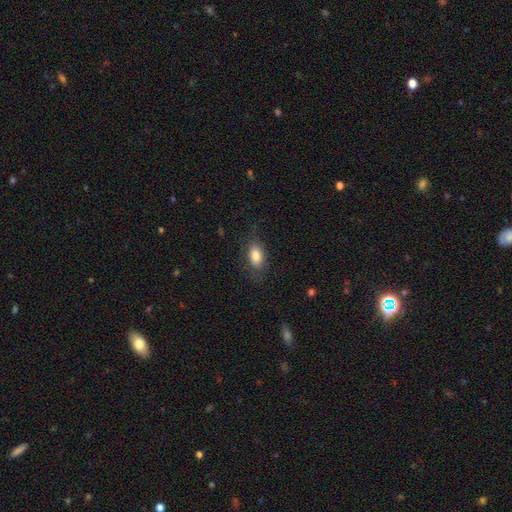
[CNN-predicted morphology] This appears to be a smooth galaxy with no disk features (81%) that is in between round and cigar-shaped (89%). Merging: none (75%).